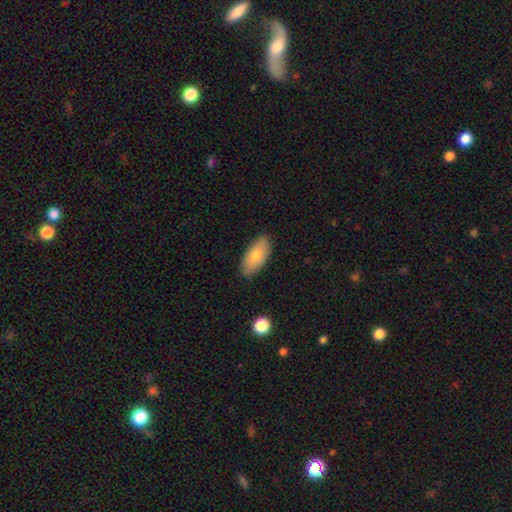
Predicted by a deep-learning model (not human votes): The model was most divided on "smooth or featured": smooth: 78%, featured or disk: 15%, star or artifact: 6%. More confident: how rounded — in between (90%); merging — none (85%).